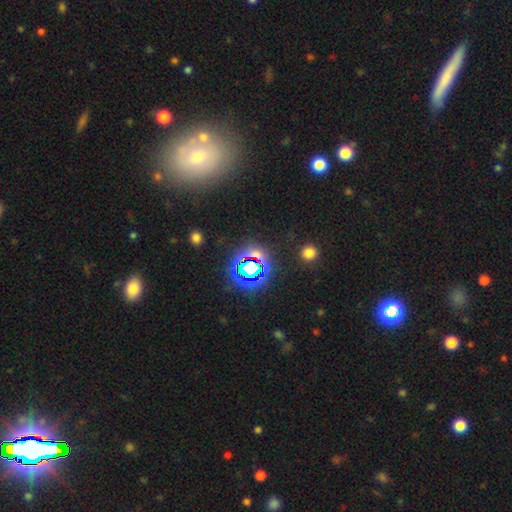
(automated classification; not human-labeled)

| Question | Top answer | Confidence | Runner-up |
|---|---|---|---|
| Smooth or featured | star or artifact | 72% | smooth (19%) |